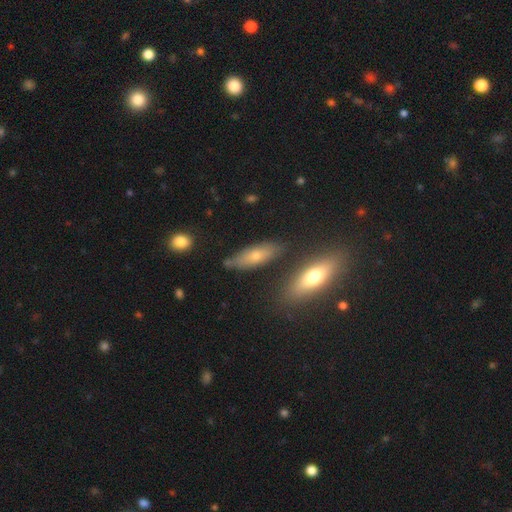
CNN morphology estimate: Smooth or featured: smooth — 60% (featured or disk — 30%)
How rounded: in between — 57% (cigar-shaped — 39%)
Merging: none — 76% (minor disturbance — 15%)